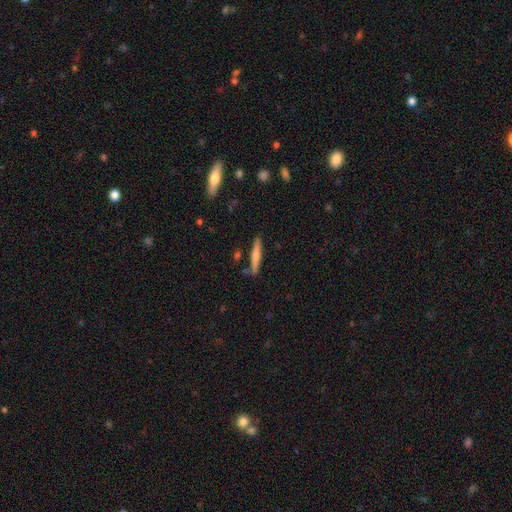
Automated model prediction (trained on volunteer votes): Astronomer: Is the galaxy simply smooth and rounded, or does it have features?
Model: smooth — 63%.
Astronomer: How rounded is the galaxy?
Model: cigar-shaped — 93%.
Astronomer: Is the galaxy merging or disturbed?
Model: none — 82%.